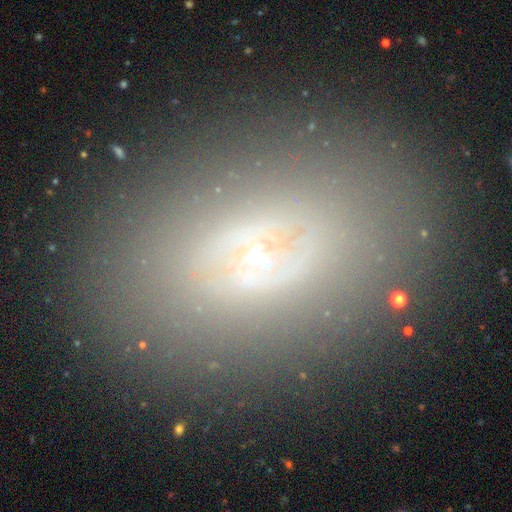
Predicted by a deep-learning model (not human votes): Smooth or featured?
  - featured or disk: 57% *
  - smooth: 28%
  - star or artifact: 15%
Edge-on disk?
  - no: 89% *
  - yes: 11%
Bar?
  - no: 60% *
  - weak: 26%
  - strong: 13%
Spiral arms?
  - no: 67% *
  - yes: 33%
Bulge size?
  - small: 76% *
  - moderate: 16%
  - none: 4%
  - large: 2%
  - dominant: 2%
Merging?
  - none: 79% *
  - minor disturbance: 13%
  - major disturbance: 6%
  - merger: 2%